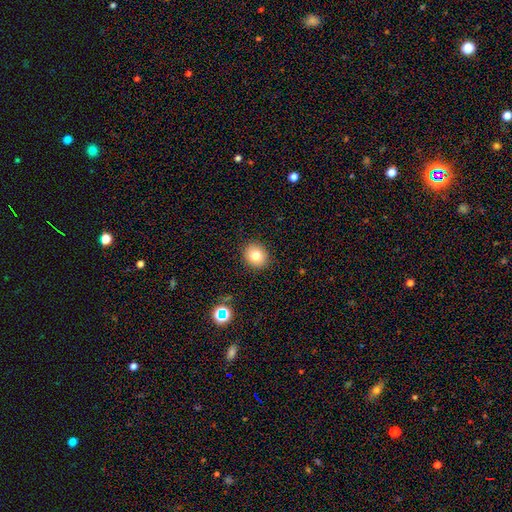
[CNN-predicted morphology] smooth-or-featured: smooth: 78% | star or artifact: 12% | featured or disk: 10%
  how-rounded: round: 70% | in between: 29% | cigar-shaped: 1%
  merging: none: 90% | minor disturbance: 7% | major disturbance: 2% | merger: 1%